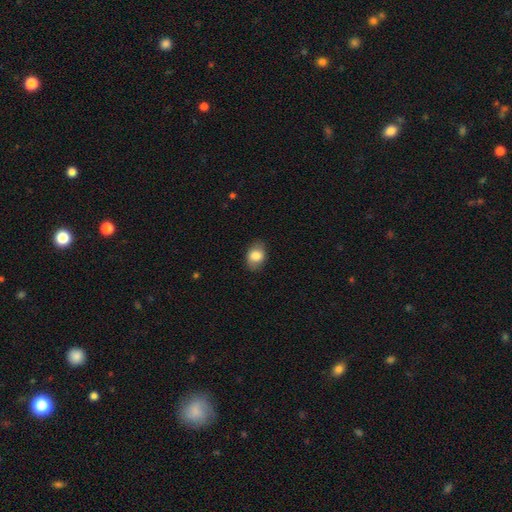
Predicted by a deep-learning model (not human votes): smooth-or-featured: smooth: 82% | featured or disk: 10% | star or artifact: 8%
  how-rounded: in between: 73% | round: 26% | cigar-shaped: 1%
  merging: none: 82% | minor disturbance: 13% | major disturbance: 3% | merger: 1%